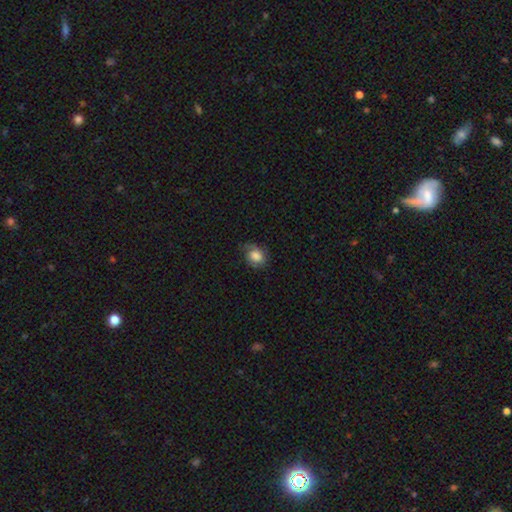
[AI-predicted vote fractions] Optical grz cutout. It shows a smooth galaxy with no disk features (73%) that is in between round and cigar-shaped (60%). Merging: none (56%).